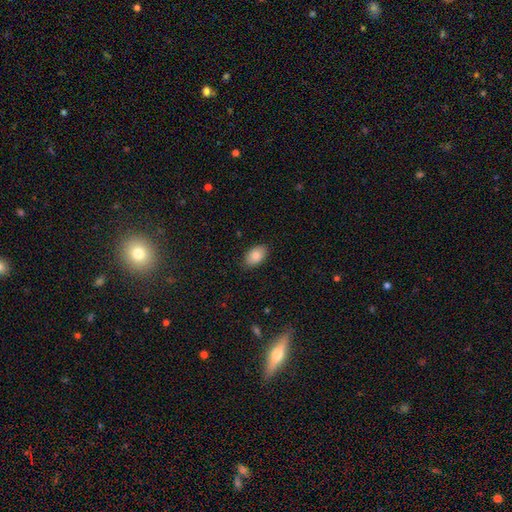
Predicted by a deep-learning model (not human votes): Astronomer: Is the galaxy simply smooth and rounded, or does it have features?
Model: smooth — 84%.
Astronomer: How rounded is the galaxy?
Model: in between — 92%.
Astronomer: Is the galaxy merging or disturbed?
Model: none — 87%.